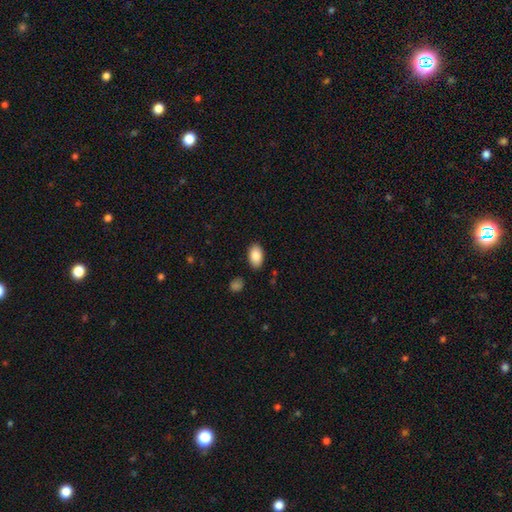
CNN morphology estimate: Overall: smooth (87%). How rounded: in between (93%). Merging: none (85%).